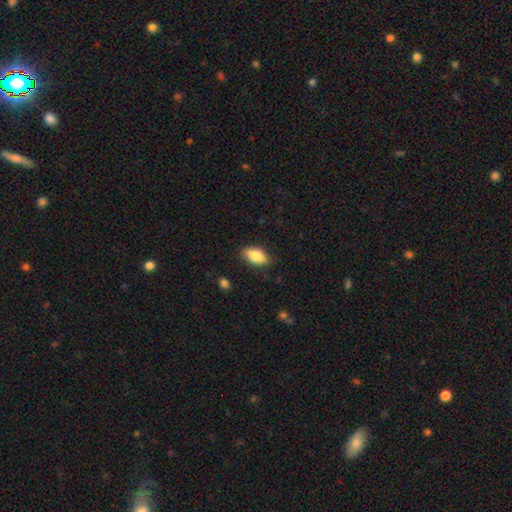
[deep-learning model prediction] Morphology: type=smooth (85%); roundness=in between (89%); merging=none (85%).